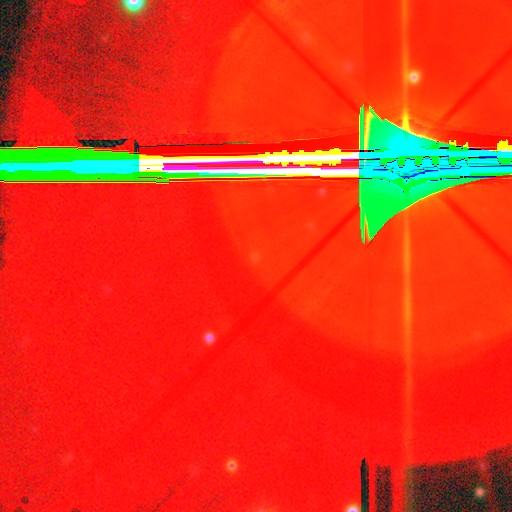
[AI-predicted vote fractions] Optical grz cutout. It shows a star or artifact, not a galaxy (88%).